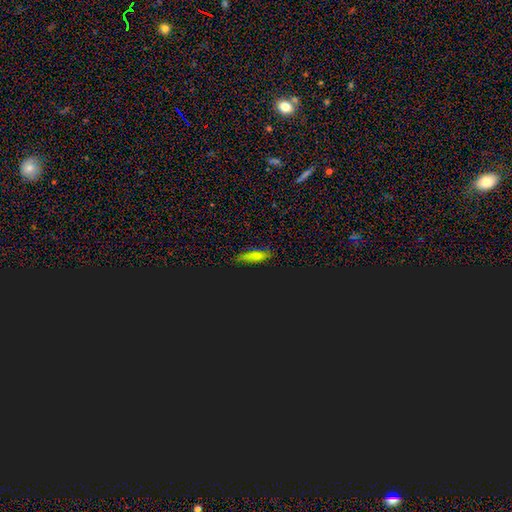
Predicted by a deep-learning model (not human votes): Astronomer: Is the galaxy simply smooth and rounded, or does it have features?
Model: smooth — 56%.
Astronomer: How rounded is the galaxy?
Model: in between — 59% (runner-up: cigar-shaped, 35%).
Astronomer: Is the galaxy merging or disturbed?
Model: none — 79%.